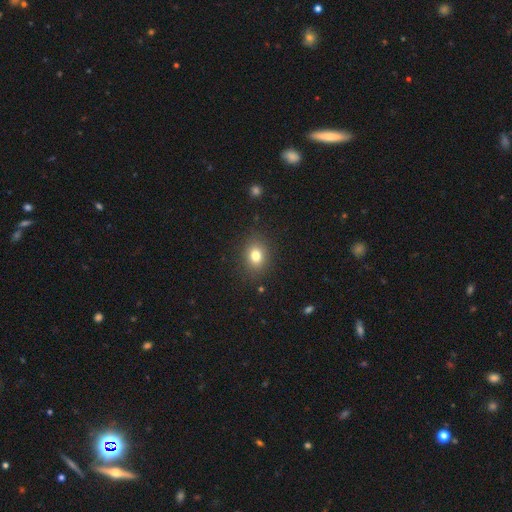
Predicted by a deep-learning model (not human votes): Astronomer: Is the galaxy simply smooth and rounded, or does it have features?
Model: smooth — 79%.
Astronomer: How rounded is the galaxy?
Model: in between — 55% (runner-up: round, 44%).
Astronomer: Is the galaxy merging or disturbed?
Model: none — 86%.